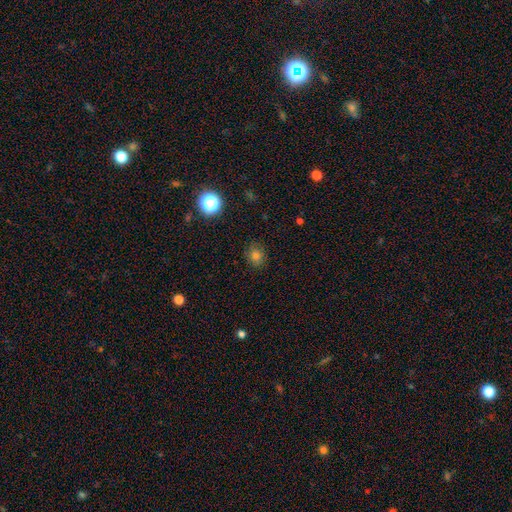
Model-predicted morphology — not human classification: This appears to be a smooth galaxy with no disk features (76%) that is round (73%). Merging: none (85%).